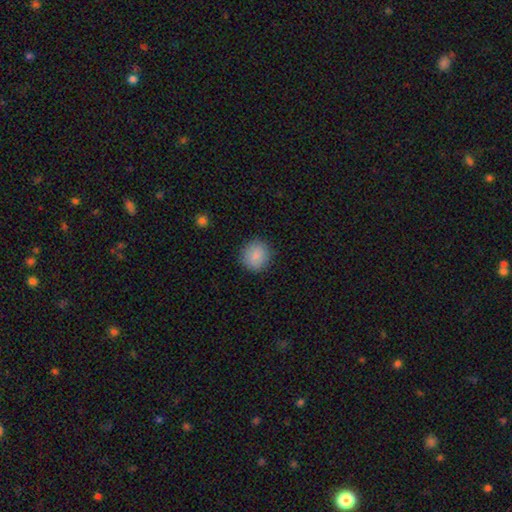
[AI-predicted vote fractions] This is clearly a smooth galaxy (88%). How rounded: clearly round (90%). Merging: clearly none (89%).